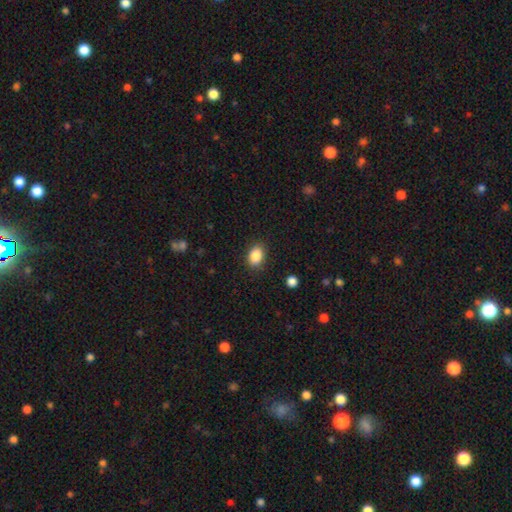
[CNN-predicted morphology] Smooth or featured? Predicted: smooth (p=0.87). How rounded? Predicted: in between (p=0.77). Merging? Predicted: none (p=0.87).